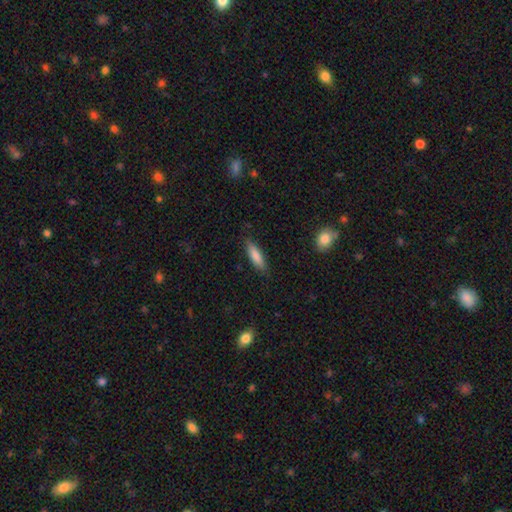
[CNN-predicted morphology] Smooth or featured?
  - smooth: 84% *
  - featured or disk: 10%
  - star or artifact: 6%
How rounded?
  - cigar-shaped: 57% *
  - in between: 41%
  - round: 2%
Merging?
  - none: 84% *
  - minor disturbance: 12%
  - major disturbance: 2%
  - merger: 1%